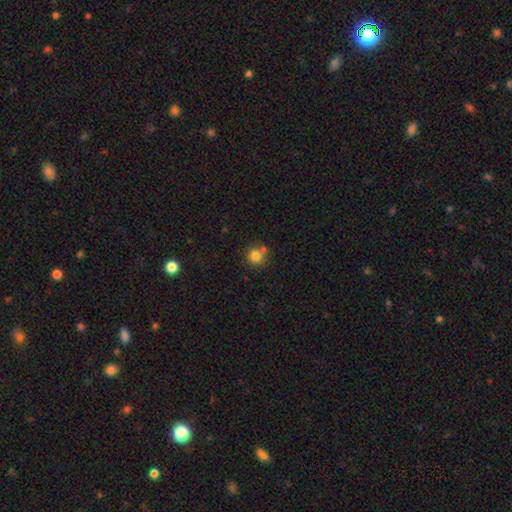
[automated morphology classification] type=smooth (81%); roundness=round (91%); merging=none (63%).